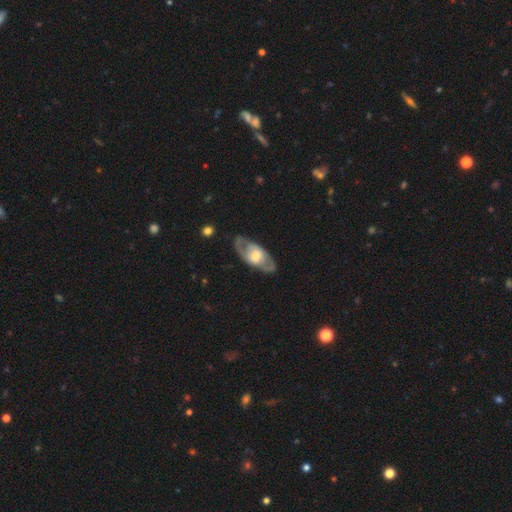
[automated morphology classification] smooth-or-featured: featured or disk: 66% | smooth: 30% | star or artifact: 5%
  disk-edge-on: no: 82% | yes: 18%
    bar: no: 59% | weak: 31% | strong: 10%
    has-spiral-arms: no: 51% | yes: 49%
    bulge-size: moderate: 55% | large: 28% | small: 13% | dominant: 2% | none: 2%
  merging: none: 78% | minor disturbance: 15% | major disturbance: 6% | merger: 1%